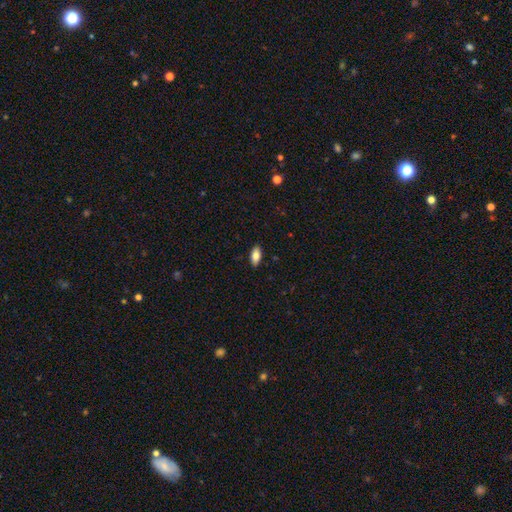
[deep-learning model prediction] smooth_or_featured: smooth (p=0.81) [alt: featured or disk p=0.12]
how_rounded: in between (p=0.89) [alt: cigar-shaped p=0.08]
merging: none (p=0.89) [alt: minor disturbance p=0.08]